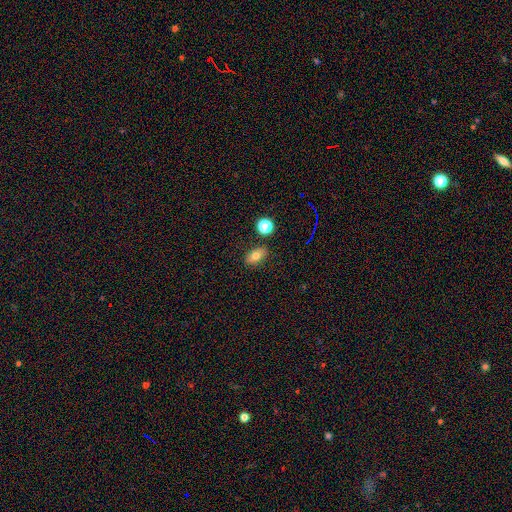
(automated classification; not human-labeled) Smooth or featured: smooth — 73% (featured or disk — 16%)
How rounded: in between — 82% (round — 12%)
Merging: none — 85% (minor disturbance — 10%)